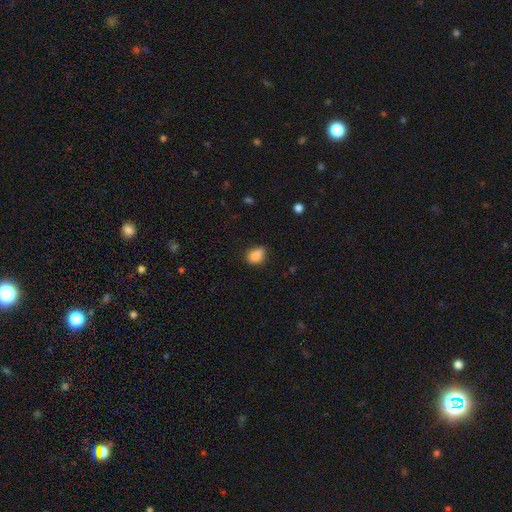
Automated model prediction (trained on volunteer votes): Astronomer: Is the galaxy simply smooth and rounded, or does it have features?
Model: smooth — 87%.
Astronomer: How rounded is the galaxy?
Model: in between — 76%.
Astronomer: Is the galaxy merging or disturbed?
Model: none — 74%.